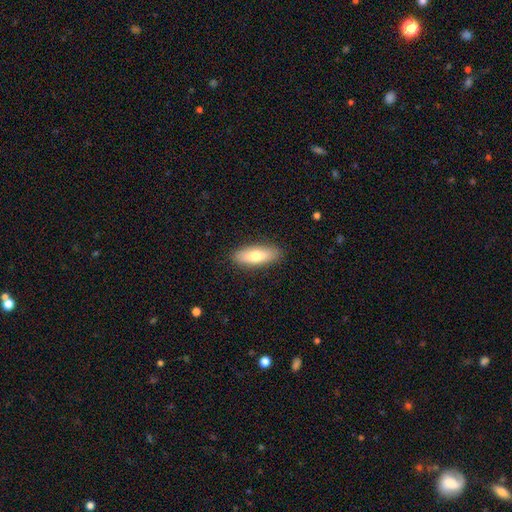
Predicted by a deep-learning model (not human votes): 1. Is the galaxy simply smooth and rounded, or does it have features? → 73% smooth, 21% featured or disk, 6% star or artifact.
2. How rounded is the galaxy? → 64% in between, 34% cigar-shaped, 2% round.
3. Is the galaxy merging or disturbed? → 88% none, 9% minor disturbance, 2% major disturbance, 1% merger.